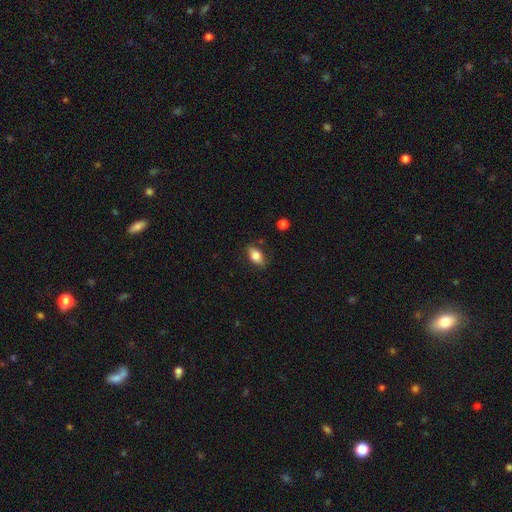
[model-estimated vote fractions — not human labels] Morphology: type=smooth (82%); roundness=in between (88%); merging=none (82%).